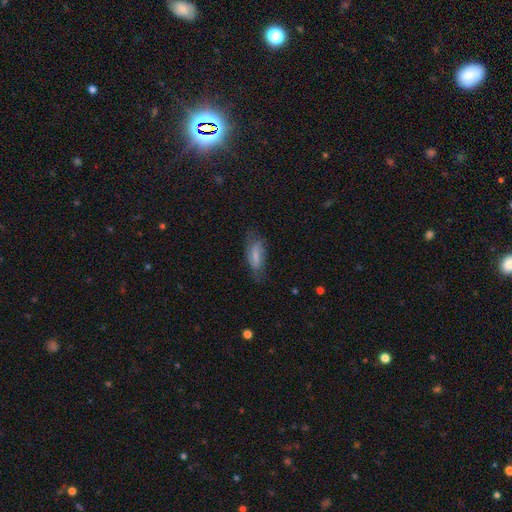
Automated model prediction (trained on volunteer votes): smooth_or_featured: smooth (p=0.53) [alt: featured or disk p=0.38]
how_rounded: in between (p=0.73) [alt: cigar-shaped p=0.23]
merging: none (p=0.59) [alt: minor disturbance p=0.27]